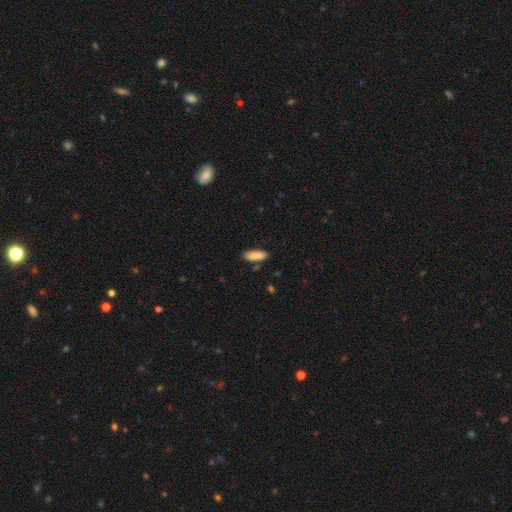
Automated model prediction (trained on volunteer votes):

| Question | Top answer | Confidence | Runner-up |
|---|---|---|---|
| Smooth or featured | smooth | 88% | star or artifact (6%) |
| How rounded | in between | 63% | cigar-shaped (35%) |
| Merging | none | 84% | minor disturbance (12%) |